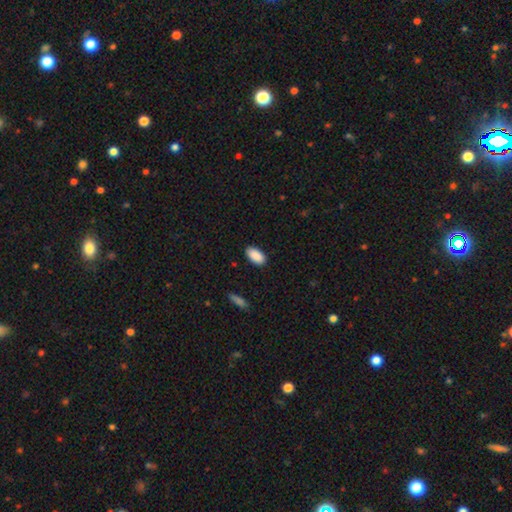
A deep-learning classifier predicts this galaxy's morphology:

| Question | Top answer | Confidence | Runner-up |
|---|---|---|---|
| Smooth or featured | smooth | 90% | star or artifact (7%) |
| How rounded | in between | 94% | cigar-shaped (3%) |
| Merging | none | 88% | minor disturbance (9%) |